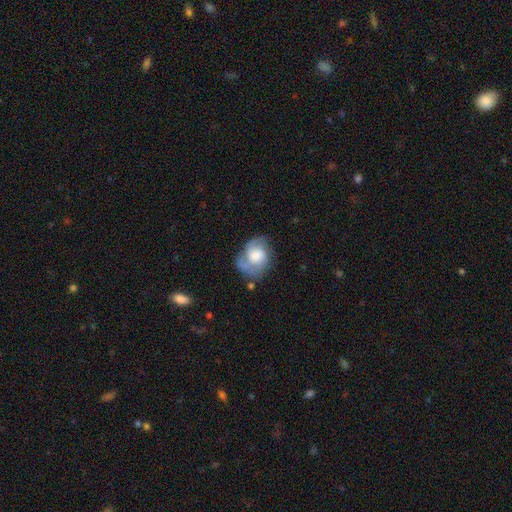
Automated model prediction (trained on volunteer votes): This is likely a featured or disk galaxy (65%). It is clearly not viewed edge-on (98%). Bar: likely no (69%). Spiral arm pattern: clearly yes (87%). Spiral arm count: possibly 2 (46%). Spiral winding: possibly medium (45%). Central bulge: possibly large (46%). Merging: possibly none (51%).